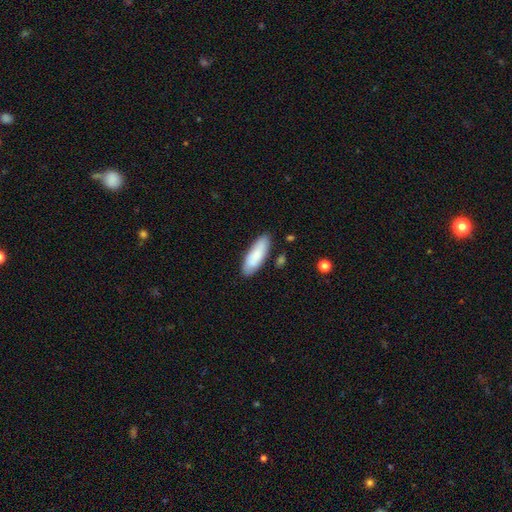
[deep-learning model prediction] The model was most divided on "how rounded": in between: 63%, cigar-shaped: 36%, round: 2%. More confident: smooth or featured — smooth (82%); merging — none (82%).